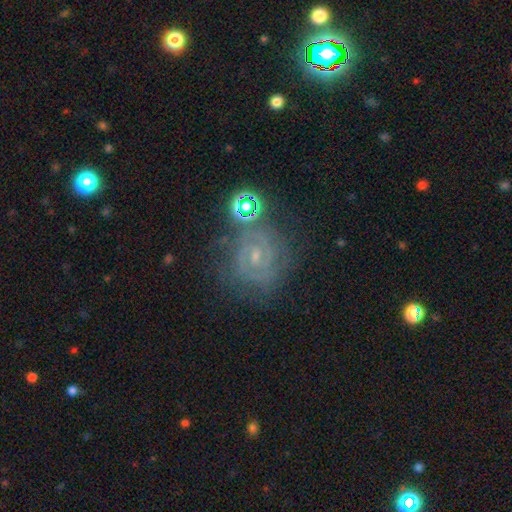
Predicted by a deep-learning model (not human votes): A featured or disk galaxy (68%) with no bar (46%), 2 (39%) tight (64%) spiral arms (88%) and a small central bulge (70%). Merging: none (73%).